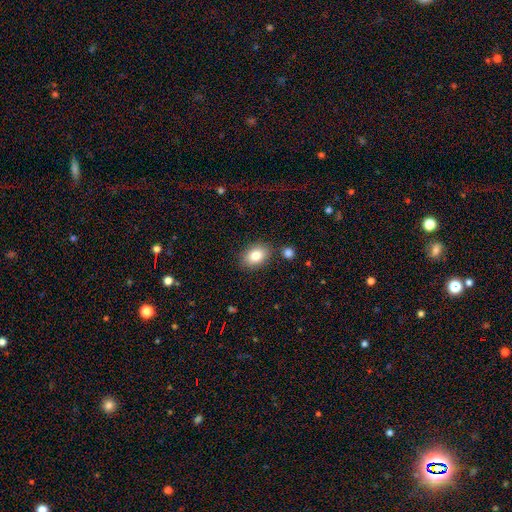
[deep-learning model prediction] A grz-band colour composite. It shows a smooth galaxy with no disk features (83%) that is in between round and cigar-shaped (79%). Merging: none (82%).